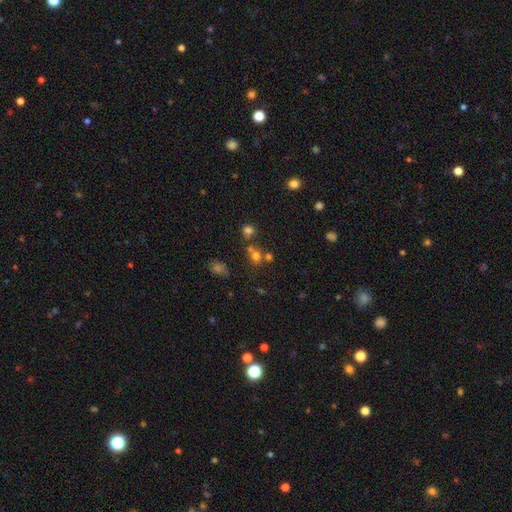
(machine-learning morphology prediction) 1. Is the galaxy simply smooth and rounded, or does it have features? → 64% smooth, 24% star or artifact, 11% featured or disk.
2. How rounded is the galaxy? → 80% round, 19% in between, 1% cigar-shaped.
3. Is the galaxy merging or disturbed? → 53% none, 33% merger, 9% minor disturbance, 5% major disturbance.